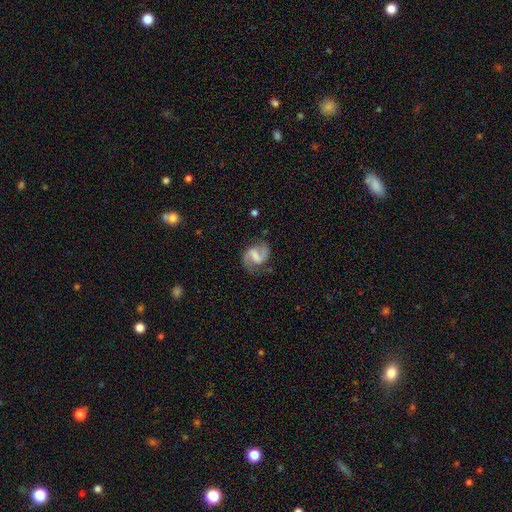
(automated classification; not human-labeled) Morphology: type=featured or disk (80%); edge-on=no (98%); bar=weak (46%); spiral arms=yes (94%); winding=medium (48%); arm count=2 (90%); bulge=none (44%); merging=none (74%).